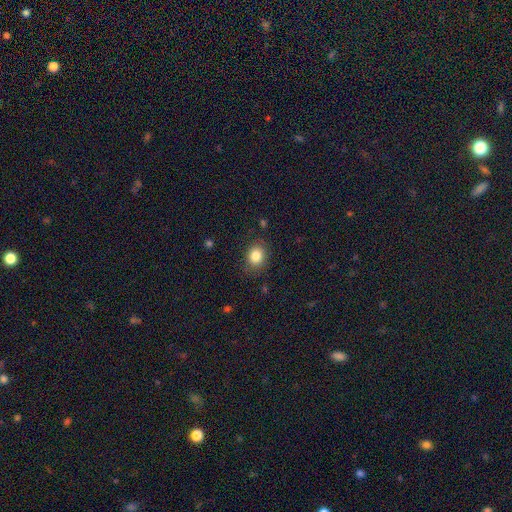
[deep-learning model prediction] Overall: smooth (83%). How rounded: round (61%; in between 38%). Merging: none (83%).